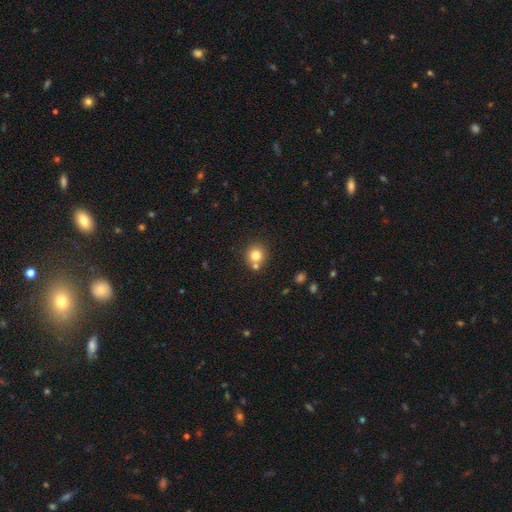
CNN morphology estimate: Overall: smooth (78%). How rounded: round (90%). Merging: none (65%).